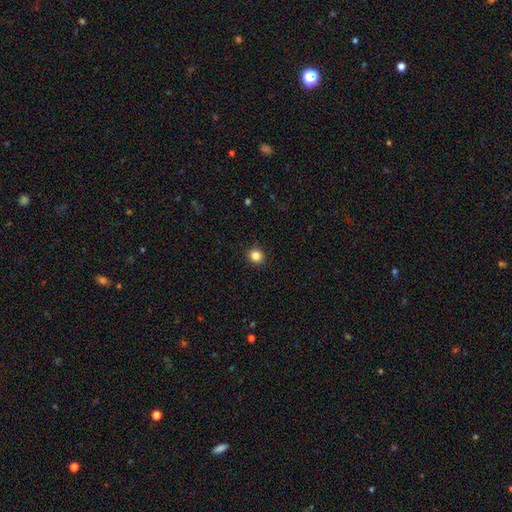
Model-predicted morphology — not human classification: This is clearly a smooth galaxy (85%). How rounded: clearly round (87%). Merging: clearly none (92%).